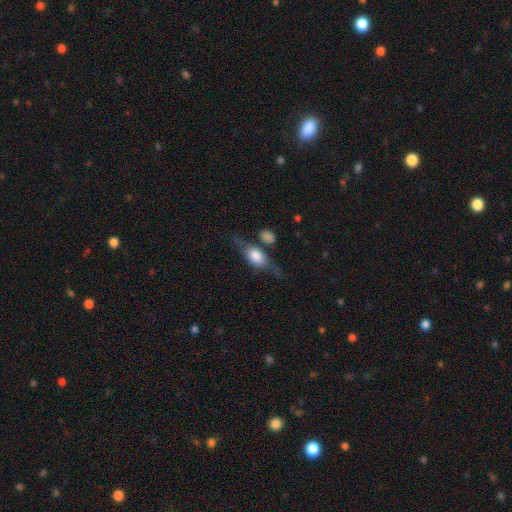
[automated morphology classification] This is possibly a smooth galaxy (48%). Merging: possibly none (53%).